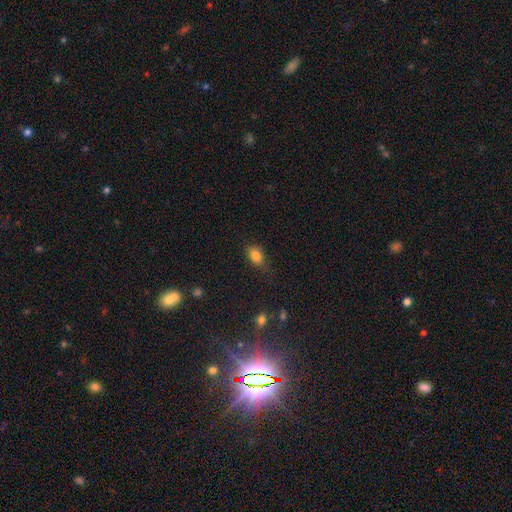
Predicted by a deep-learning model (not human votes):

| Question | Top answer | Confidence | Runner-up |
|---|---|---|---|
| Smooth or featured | smooth | 84% | star or artifact (10%) |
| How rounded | in between | 79% | round (18%) |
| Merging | none | 71% | minor disturbance (21%) |